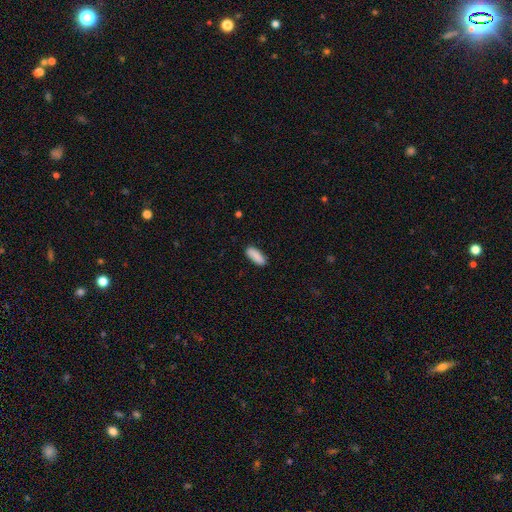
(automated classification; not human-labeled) Smooth or featured? smooth (89%)
How rounded? in between (71%)
Merging? none (87%)